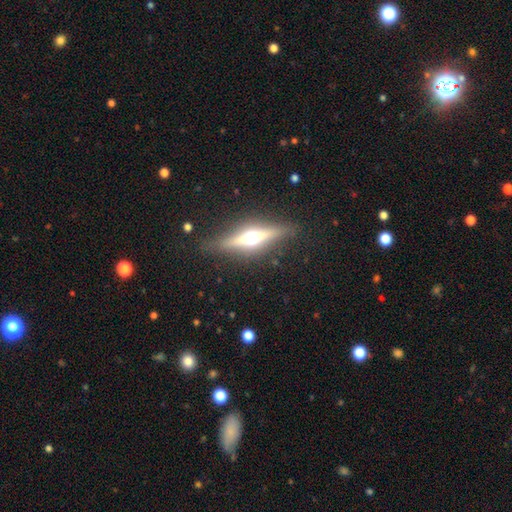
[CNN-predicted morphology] Overall: featured or disk (73%). Edge-on disk: yes (95%). Edge-on bulge: rounded (92%). Merging: none (87%).